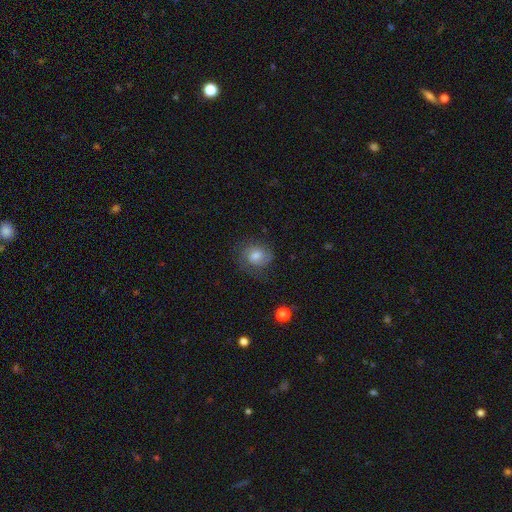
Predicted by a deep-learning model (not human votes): Smooth or featured: featured or disk — 46% (smooth — 43%)
Merging: none — 68% (minor disturbance — 20%)